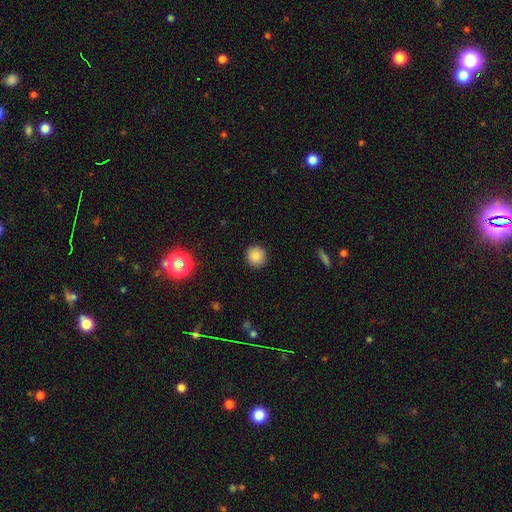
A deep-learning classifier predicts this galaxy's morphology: A smooth galaxy with no disk features (84%) that is round (92%).

Vote fractions:
- Smooth or featured? smooth: 84% / star or artifact: 11% / featured or disk: 5%
- How rounded? round: 92% / in between: 7% / cigar-shaped: 1%
- Merging? none: 91% / minor disturbance: 6% / major disturbance: 2% / merger: 1%